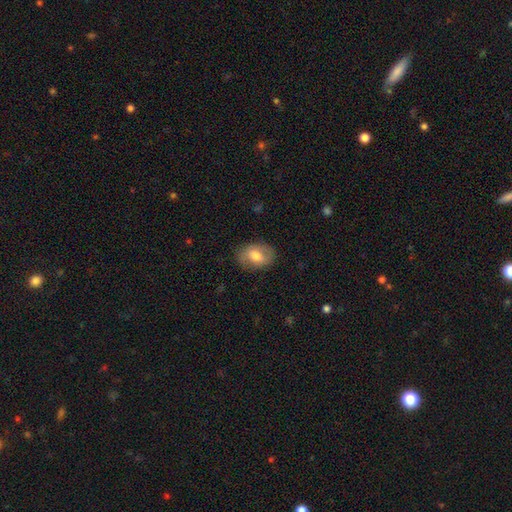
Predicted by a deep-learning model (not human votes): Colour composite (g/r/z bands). It shows a smooth galaxy with no disk features (64%) that is in between round and cigar-shaped (76%). Merging: none (81%).